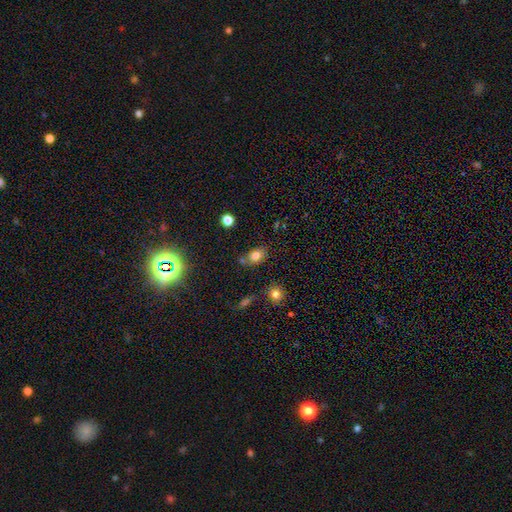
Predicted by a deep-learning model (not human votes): Smooth or featured? smooth (78%)
How rounded? in between (76%)
Merging? none (67%)